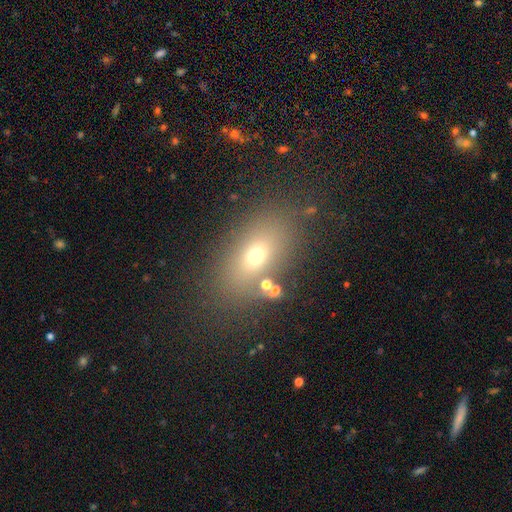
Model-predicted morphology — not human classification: This is likely a smooth galaxy (66%). How rounded: likely in between (79%). Merging: likely none (79%).